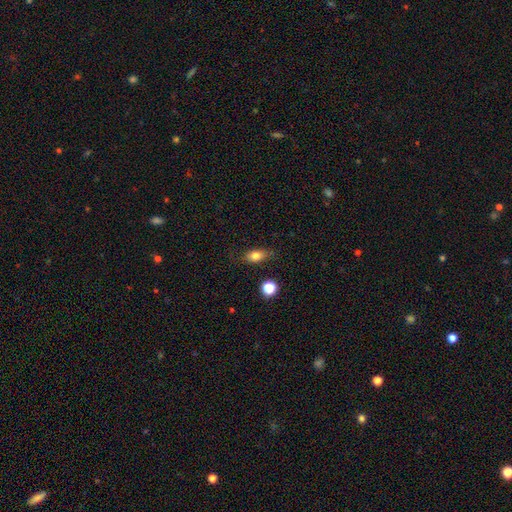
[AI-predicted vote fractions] Smooth or featured?
  - smooth: 78% *
  - featured or disk: 12%
  - star or artifact: 10%
How rounded?
  - in between: 77% *
  - round: 14%
  - cigar-shaped: 9%
Merging?
  - none: 76% *
  - minor disturbance: 17%
  - major disturbance: 4%
  - merger: 2%